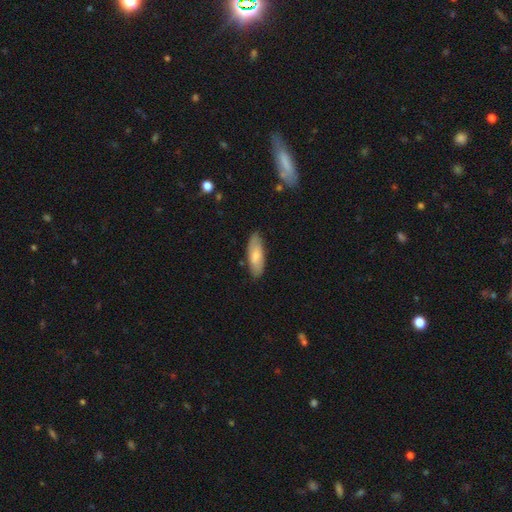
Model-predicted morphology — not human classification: smooth-or-featured: smooth: 74% | featured or disk: 21% | star or artifact: 5%
  how-rounded: in between: 66% | cigar-shaped: 32% | round: 2%
  merging: none: 83% | minor disturbance: 13% | major disturbance: 2% | merger: 1%